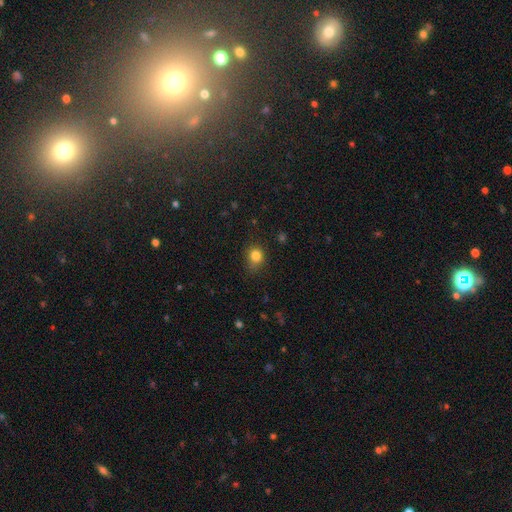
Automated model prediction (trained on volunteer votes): Smooth or featured? Predicted: smooth (p=0.83). How rounded? Predicted: round (p=0.70). Merging? Predicted: none (p=0.71).